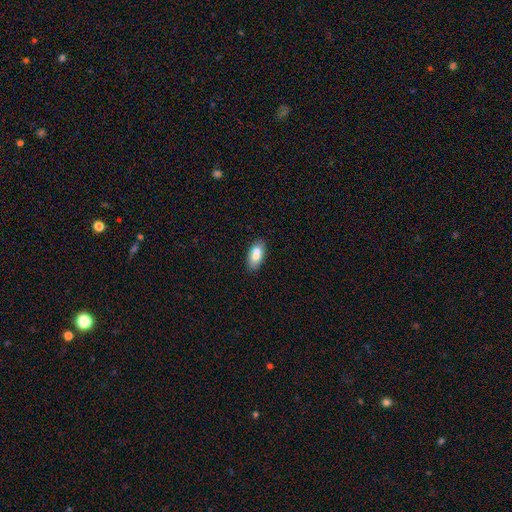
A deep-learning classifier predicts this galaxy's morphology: smooth_or_featured: smooth (p=0.72) [alt: featured or disk p=0.20]
how_rounded: in between (p=0.89) [alt: cigar-shaped p=0.05]
merging: none (p=0.58) [alt: merger p=0.26]